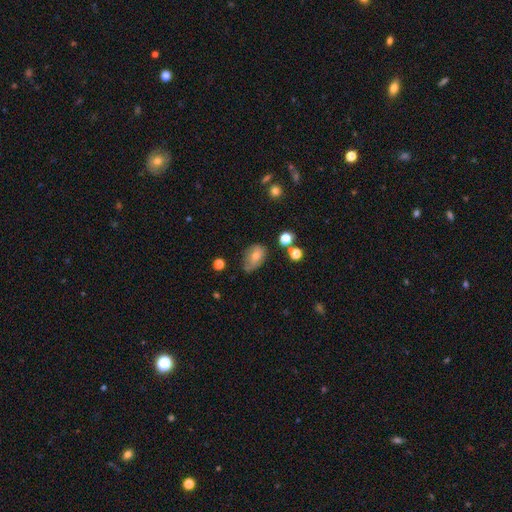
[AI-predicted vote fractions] Morphology: type=smooth (62%); roundness=in between (78%); merging=none (49%).